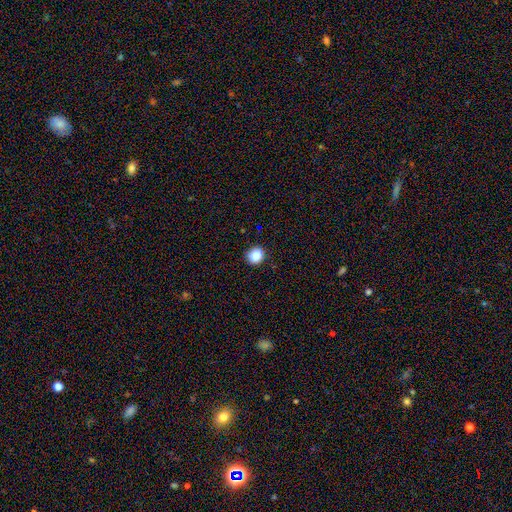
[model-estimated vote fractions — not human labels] Morphology: type=smooth (85%); roundness=round (88%); merging=none (91%).